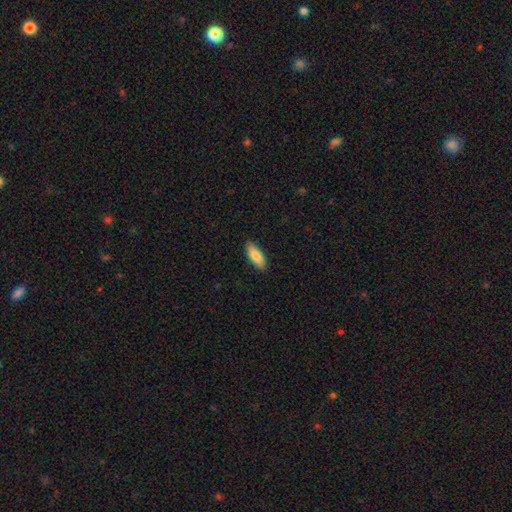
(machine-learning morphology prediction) smooth-or-featured: smooth: 83% | featured or disk: 12% | star or artifact: 6%
  how-rounded: in between: 77% | cigar-shaped: 22% | round: 2%
  merging: none: 89% | minor disturbance: 9% | major disturbance: 2% | merger: 1%